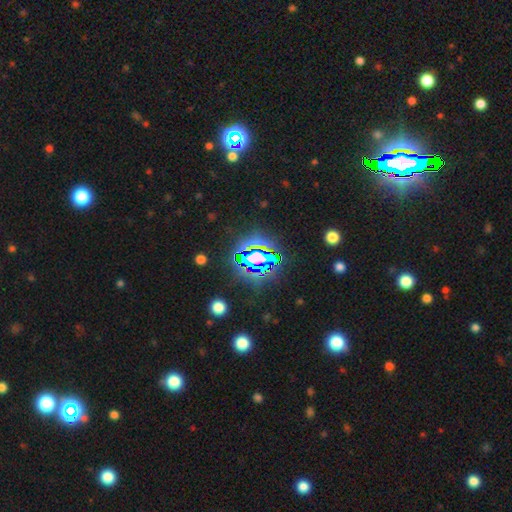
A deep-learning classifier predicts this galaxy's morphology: type=star or artifact (72%).